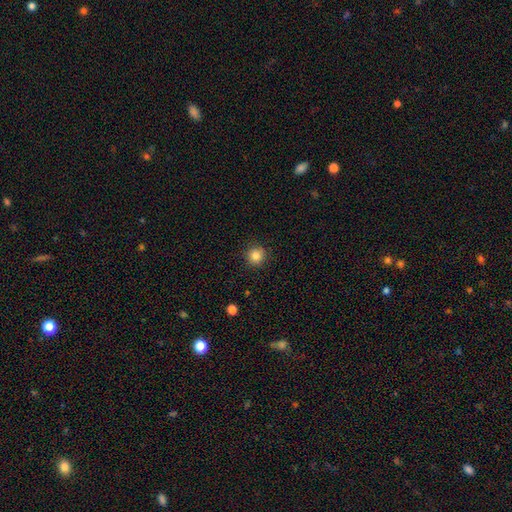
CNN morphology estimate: A smooth galaxy with no disk features (84%) that is round (94%). Merging: none (90%).